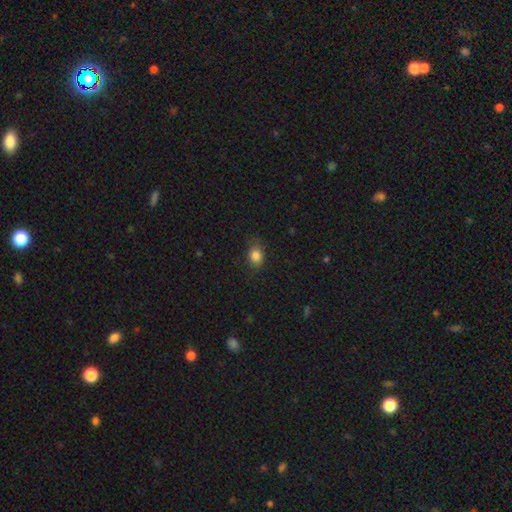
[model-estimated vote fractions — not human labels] smooth-or-featured: smooth: 84% | star or artifact: 10% | featured or disk: 6%
  how-rounded: in between: 65% | round: 33% | cigar-shaped: 2%
  merging: none: 76% | minor disturbance: 19% | major disturbance: 5% | merger: 1%